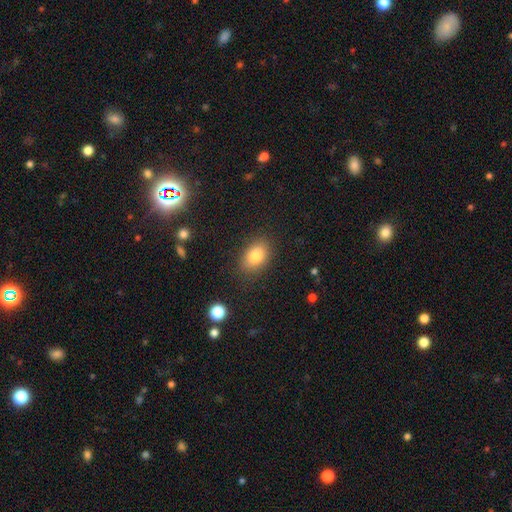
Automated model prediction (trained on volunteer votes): Smooth or featured?
  - smooth: 81% *
  - star or artifact: 9%
  - featured or disk: 9%
How rounded?
  - in between: 79% *
  - round: 20%
  - cigar-shaped: 1%
Merging?
  - none: 83% *
  - minor disturbance: 12%
  - major disturbance: 4%
  - merger: 2%